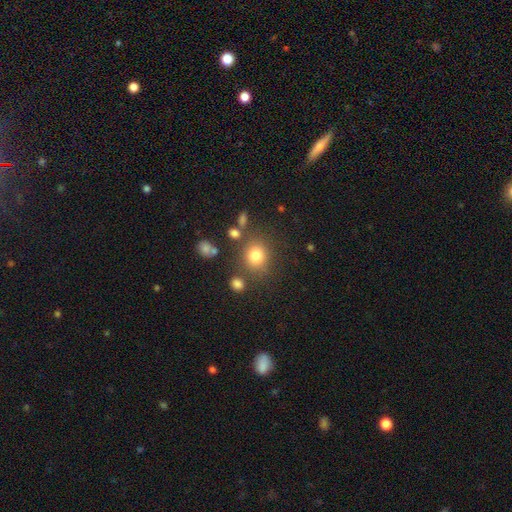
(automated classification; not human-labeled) Q: Smooth or featured?
A: smooth (79%); runner-up: star or artifact (13%)
Q: How rounded?
A: round (75%); runner-up: in between (24%)
Q: Merging?
A: none (75%); runner-up: minor disturbance (12%)